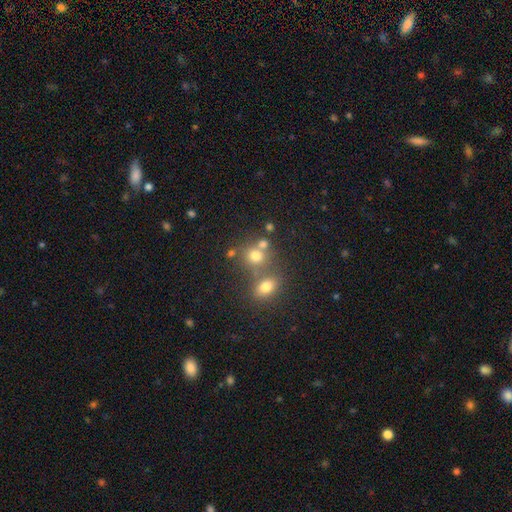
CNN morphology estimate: type=smooth (71%); roundness=round (73%); merging=none (50%).